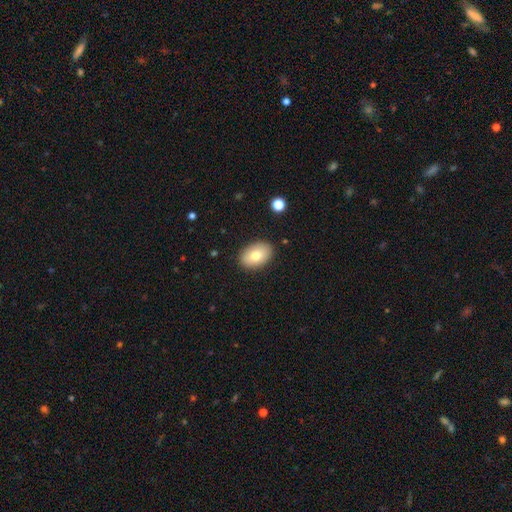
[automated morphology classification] Smooth or featured? smooth (77%)
How rounded? in between (87%)
Merging? none (88%)